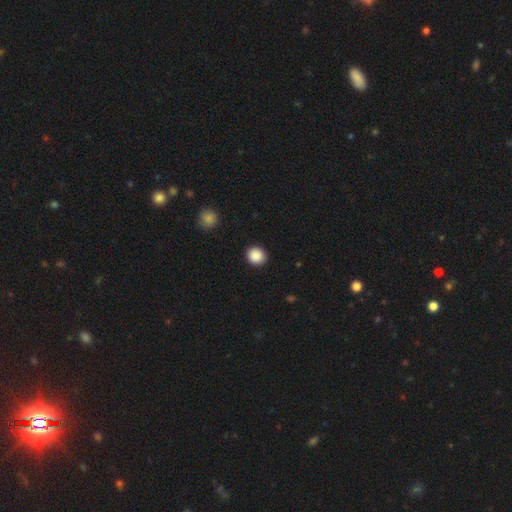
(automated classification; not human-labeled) This appears to be a smooth galaxy with no disk features (89%) that is round (88%). Merging: none (92%).